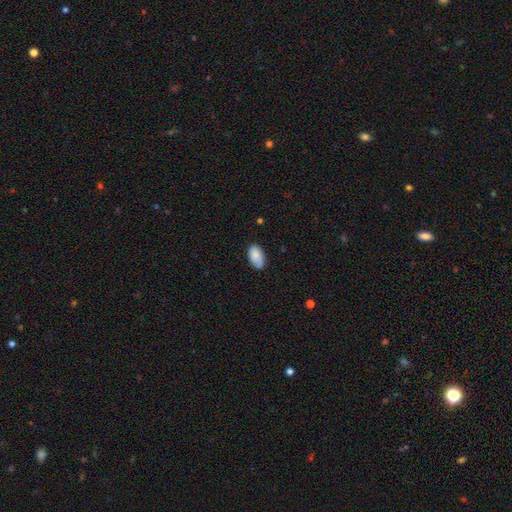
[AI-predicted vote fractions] Q: Smooth or featured?
A: smooth (85%); runner-up: featured or disk (8%)
Q: How rounded?
A: in between (95%); runner-up: round (4%)
Q: Merging?
A: none (75%); runner-up: minor disturbance (21%)